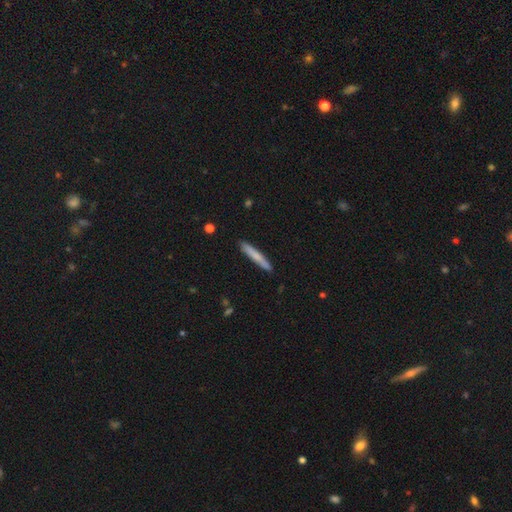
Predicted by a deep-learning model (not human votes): Smooth or featured: smooth — 70% (featured or disk — 24%)
How rounded: cigar-shaped — 95% (in between — 4%)
Merging: none — 87% (minor disturbance — 10%)